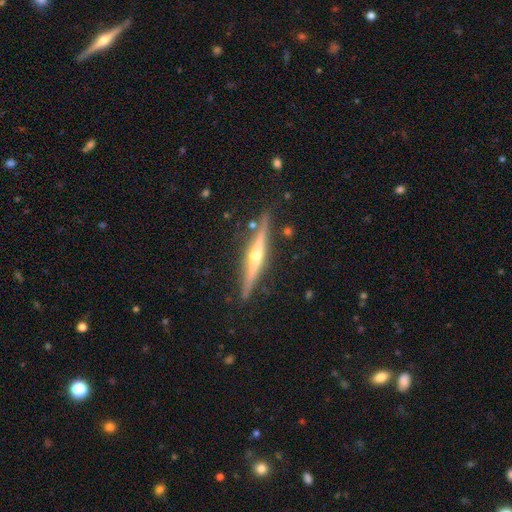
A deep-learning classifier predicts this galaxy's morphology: smooth-or-featured: featured or disk: 82% | smooth: 12% | star or artifact: 5%
  disk-edge-on: yes: 98% | no: 2%
    edge-on-bulge: rounded: 89% | none: 8% | boxy: 3%
  merging: none: 88% | minor disturbance: 9% | merger: 2% | major disturbance: 2%